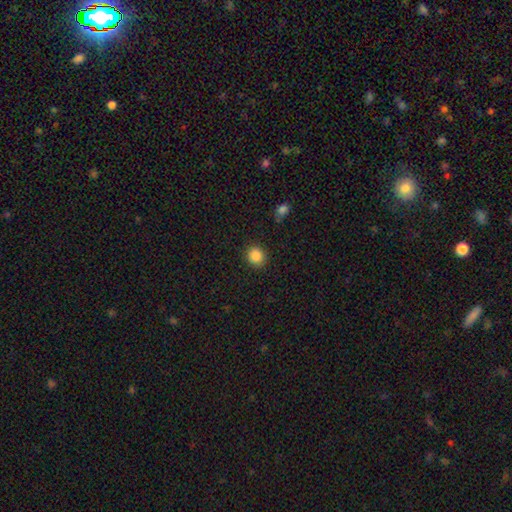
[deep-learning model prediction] Overall: smooth (87%). How rounded: round (80%). Merging: none (89%).